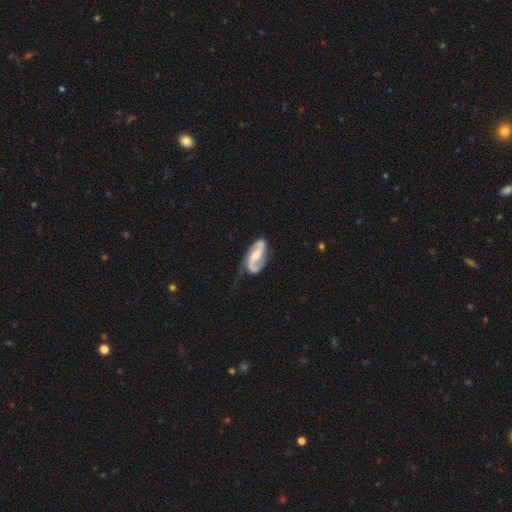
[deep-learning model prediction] This is clearly a featured or disk galaxy (84%). It is clearly not viewed edge-on (96%). Bar: marginally weak (39%). Spiral arm pattern: clearly yes (96%). Spiral arm count: clearly 2 (90%). Spiral winding: possibly loose (47%). Central bulge: possibly moderate (49%). Merging: likely none (65%).